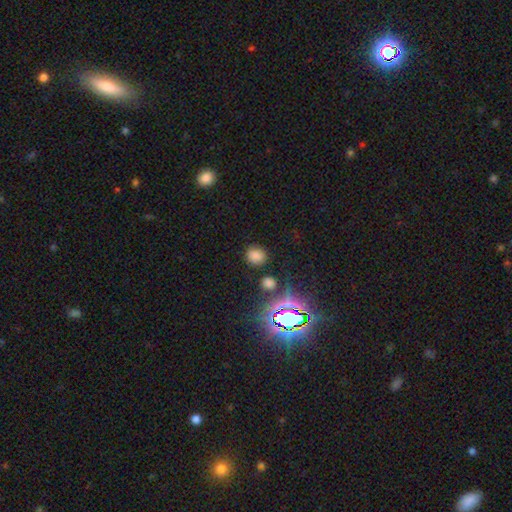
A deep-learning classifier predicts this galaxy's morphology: This appears to be a smooth galaxy with no disk features (74%) that is round (76%). Merging: none (83%).